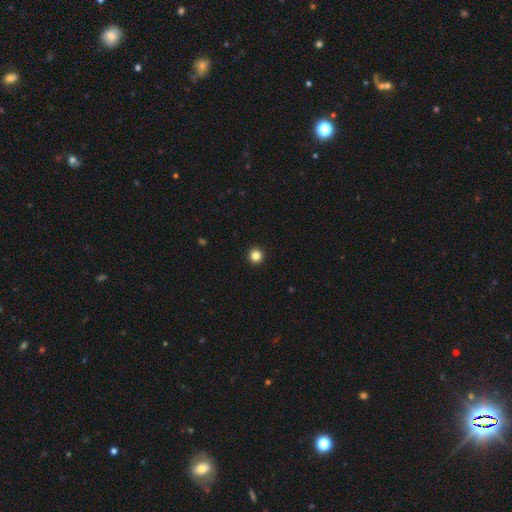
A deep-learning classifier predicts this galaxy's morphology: type=smooth (85%); roundness=round (96%); merging=none (95%).